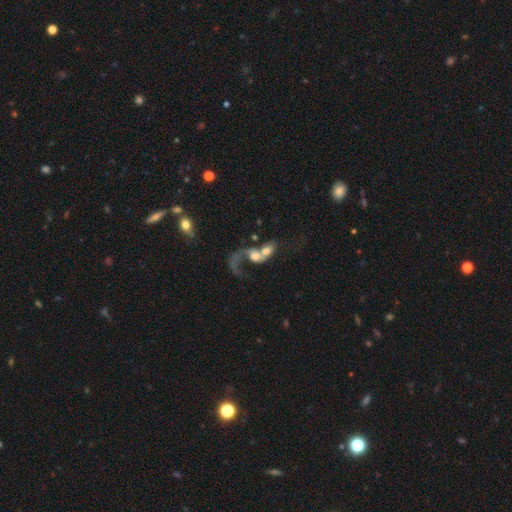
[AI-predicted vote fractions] Smooth or featured? featured or disk (53%)
Edge-on disk? no (95%)
Bar? no (75%)
Spiral arms? yes (61%)
Bulge size? moderate (38%)
Merging? merger (76%)